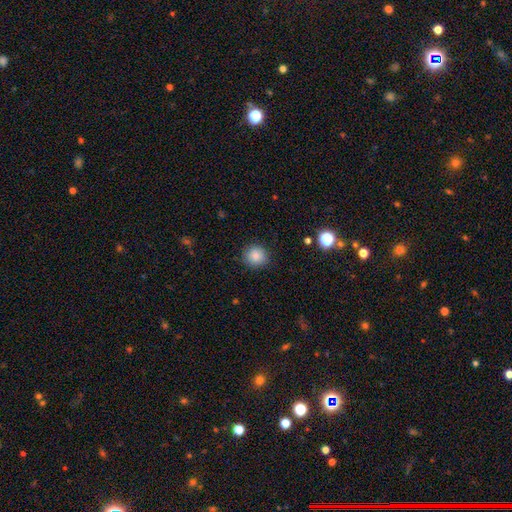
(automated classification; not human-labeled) smooth 85%, star or artifact 10%, featured or disk 5%. Down the decision tree: how rounded — round (89%); merging — none (87%).